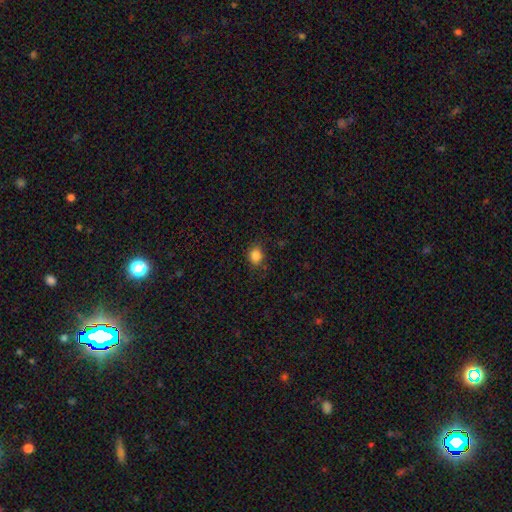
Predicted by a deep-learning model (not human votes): This is clearly a smooth galaxy (84%). How rounded: likely round (65%). Merging: clearly none (80%).